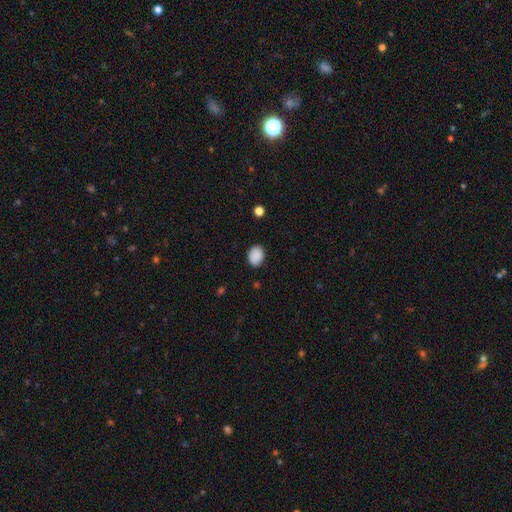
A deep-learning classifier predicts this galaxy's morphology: Smooth or featured: smooth — 89% (star or artifact — 8%)
How rounded: in between — 70% (round — 29%)
Merging: none — 85% (minor disturbance — 11%)